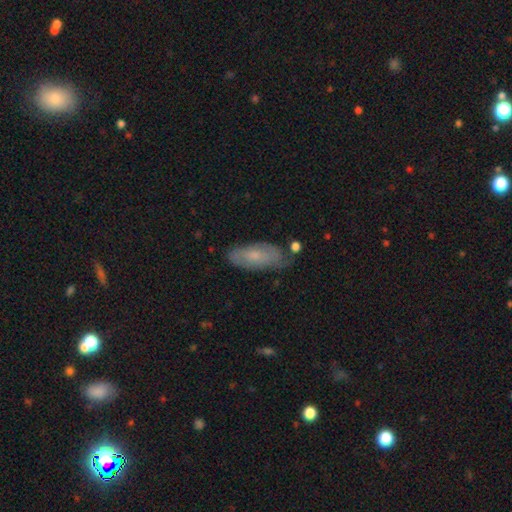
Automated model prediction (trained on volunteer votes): Smooth or featured: smooth — 53% (featured or disk — 40%)
How rounded: in between — 76% (cigar-shaped — 21%)
Merging: none — 69% (minor disturbance — 22%)